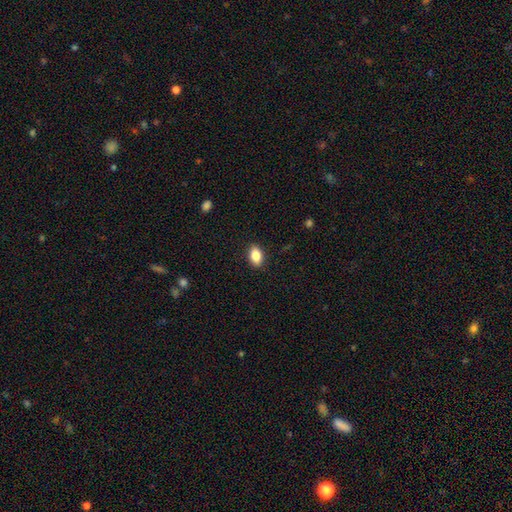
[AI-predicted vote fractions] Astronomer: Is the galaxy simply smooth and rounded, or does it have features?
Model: smooth — 84%.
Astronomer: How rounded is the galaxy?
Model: in between — 87%.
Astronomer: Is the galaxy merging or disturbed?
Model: none — 89%.